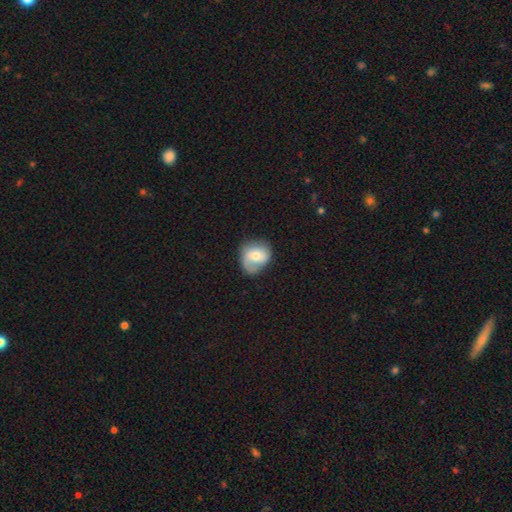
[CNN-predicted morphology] Overall: smooth (52%; featured or disk 41%). How rounded: round (62%; in between 38%). Merging: none (57%; minor disturbance 29%).